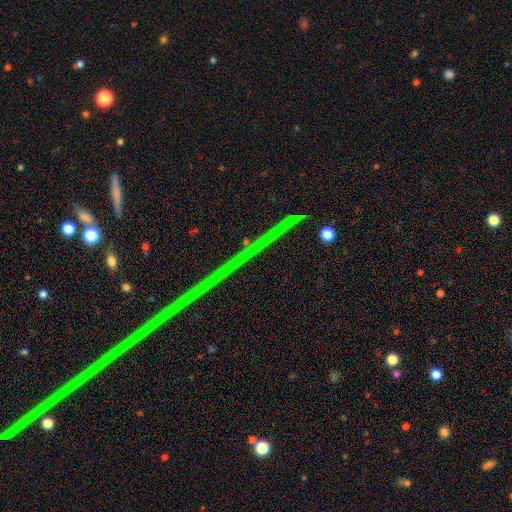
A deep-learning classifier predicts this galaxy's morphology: Smooth or featured?
  - star or artifact: 78% *
  - featured or disk: 14%
  - smooth: 8%